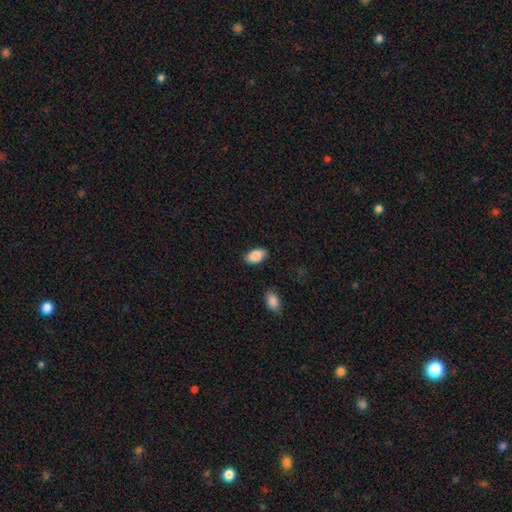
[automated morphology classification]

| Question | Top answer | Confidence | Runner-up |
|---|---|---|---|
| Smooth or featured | smooth | 89% | star or artifact (7%) |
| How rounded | in between | 94% | round (4%) |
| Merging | none | 84% | minor disturbance (11%) |